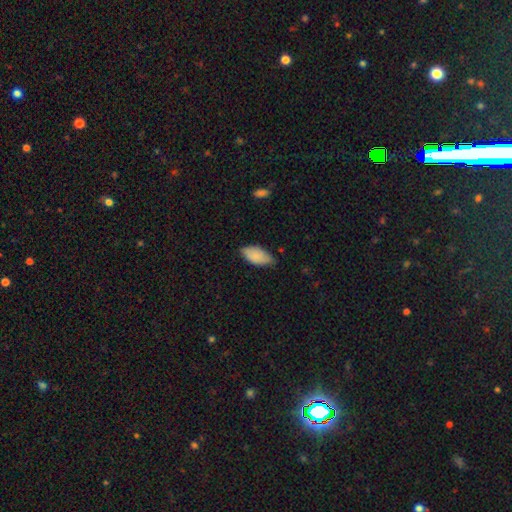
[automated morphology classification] A smooth galaxy with no disk features (85%) that is in between round and cigar-shaped (94%). Merging: none (68%).